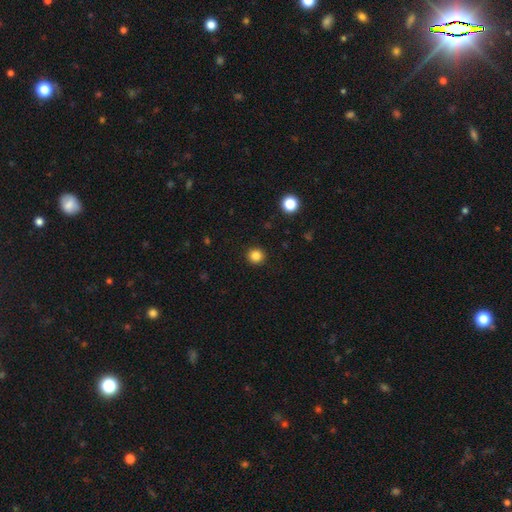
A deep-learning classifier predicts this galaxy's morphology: A smooth galaxy with no disk features (83%) that is round (95%).

Vote fractions:
- Smooth or featured? smooth: 83% / star or artifact: 13% / featured or disk: 4%
- How rounded? round: 95% / in between: 4% / cigar-shaped: 1%
- Merging? none: 92% / minor disturbance: 5% / major disturbance: 2% / merger: 1%